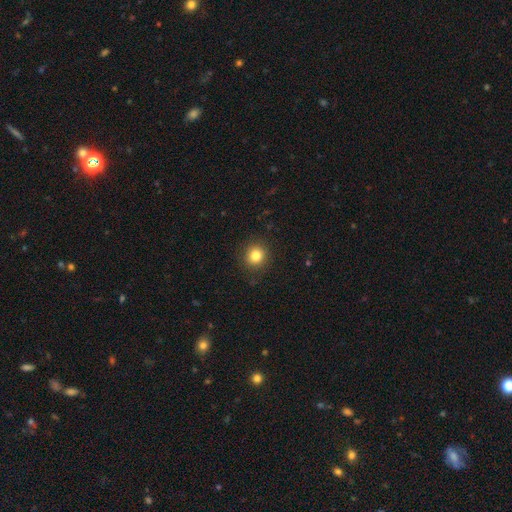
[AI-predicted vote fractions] Q: Smooth or featured?
A: smooth (82%); runner-up: star or artifact (12%)
Q: How rounded?
A: round (89%); runner-up: in between (10%)
Q: Merging?
A: none (89%); runner-up: minor disturbance (7%)